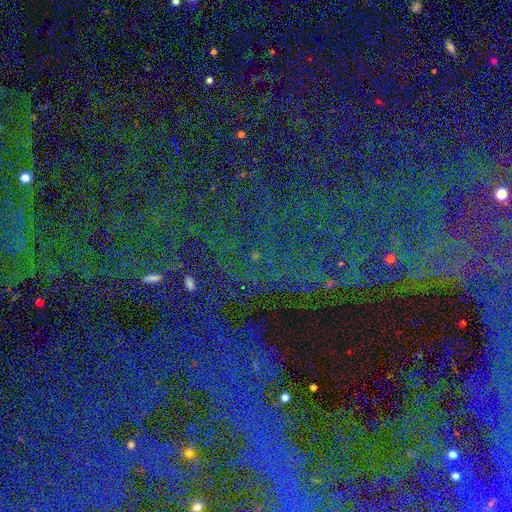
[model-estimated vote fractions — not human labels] A star or artifact, not a galaxy (85%).